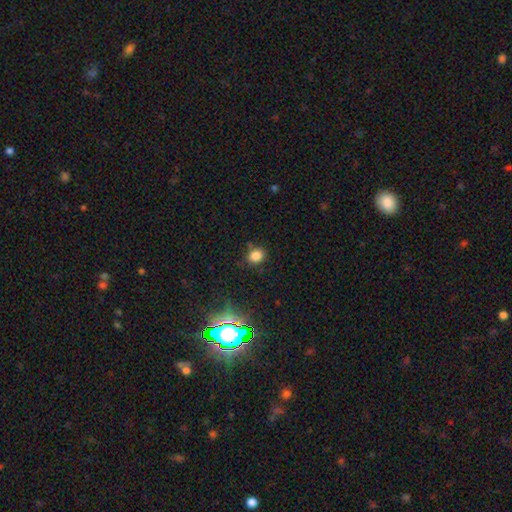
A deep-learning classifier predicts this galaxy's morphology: Smooth or featured?
  - smooth: 79% *
  - star or artifact: 16%
  - featured or disk: 5%
How rounded?
  - round: 67% *
  - in between: 32%
  - cigar-shaped: 1%
Merging?
  - none: 75% *
  - minor disturbance: 16%
  - merger: 4%
  - major disturbance: 4%